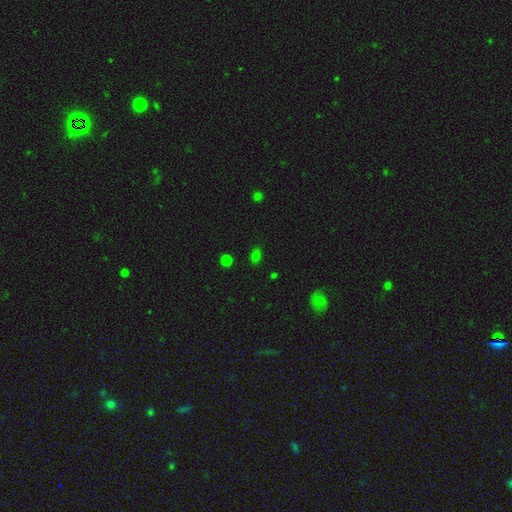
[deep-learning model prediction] Smooth or featured?
  - smooth: 70% *
  - star or artifact: 25%
  - featured or disk: 5%
How rounded?
  - in between: 74% *
  - round: 23%
  - cigar-shaped: 3%
Merging?
  - none: 82% *
  - minor disturbance: 12%
  - major disturbance: 3%
  - merger: 2%